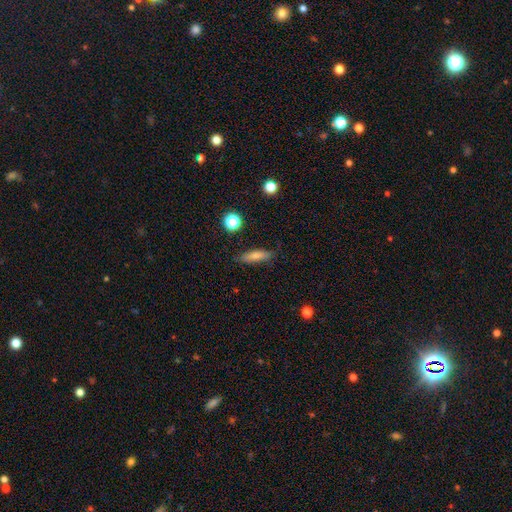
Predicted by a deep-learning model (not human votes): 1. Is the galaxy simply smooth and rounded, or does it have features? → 75% smooth, 16% featured or disk, 9% star or artifact.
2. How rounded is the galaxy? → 66% cigar-shaped, 31% in between, 3% round.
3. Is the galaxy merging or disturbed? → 82% none, 13% minor disturbance, 3% major disturbance, 2% merger.